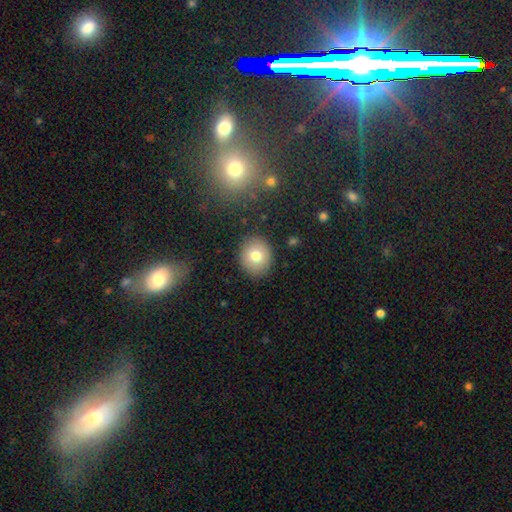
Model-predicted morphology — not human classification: Overall: smooth (75%). How rounded: round (76%). Merging: none (88%).